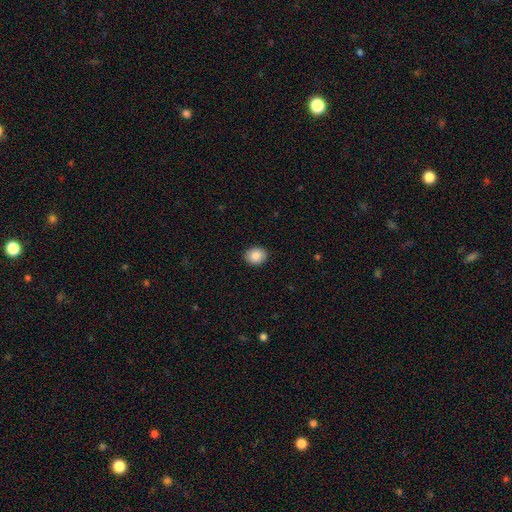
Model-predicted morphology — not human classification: Overall: smooth (87%). How rounded: round (66%; in between 33%). Merging: none (90%).